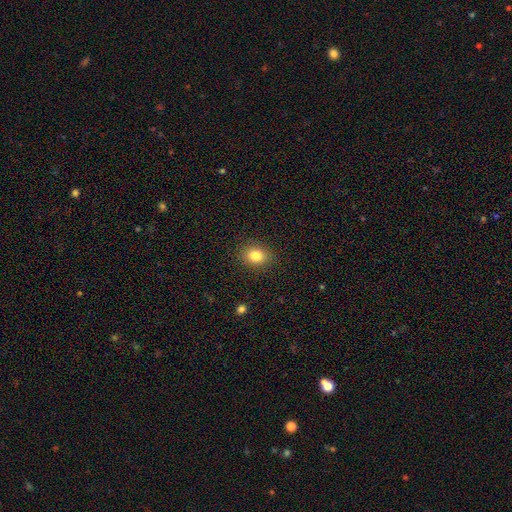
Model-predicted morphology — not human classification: This appears to be a smooth galaxy with no disk features (83%) that is in between round and cigar-shaped (52%). Merging: none (88%).